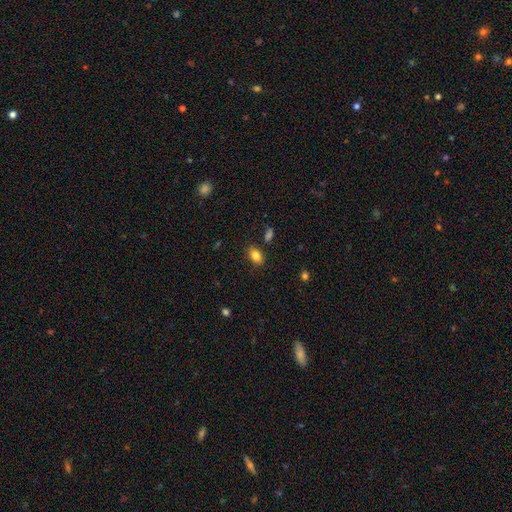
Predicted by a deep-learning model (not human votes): smooth-or-featured: smooth: 83% | star or artifact: 9% | featured or disk: 7%
  how-rounded: in between: 84% | round: 14% | cigar-shaped: 2%
  merging: none: 83% | minor disturbance: 11% | merger: 3% | major disturbance: 3%